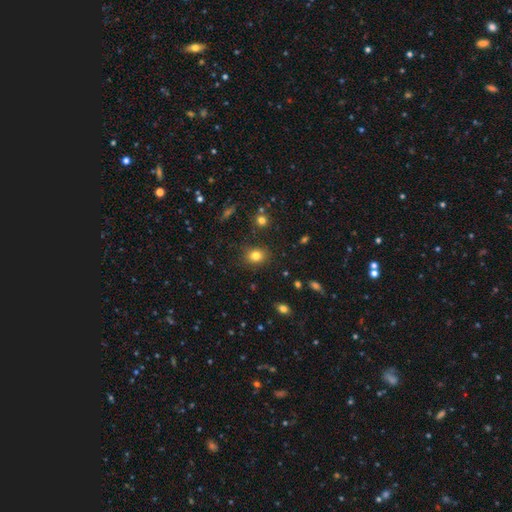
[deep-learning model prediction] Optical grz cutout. It shows a smooth galaxy with no disk features (80%) that is round (52%). Merging: none (86%).